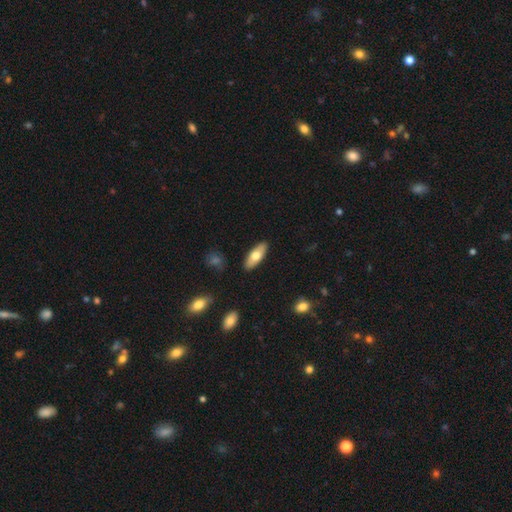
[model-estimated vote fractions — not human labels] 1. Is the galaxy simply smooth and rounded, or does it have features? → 69% smooth, 26% featured or disk, 6% star or artifact.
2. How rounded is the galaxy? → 73% in between, 24% cigar-shaped, 2% round.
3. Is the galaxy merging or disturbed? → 89% none, 8% minor disturbance, 2% major disturbance, 1% merger.